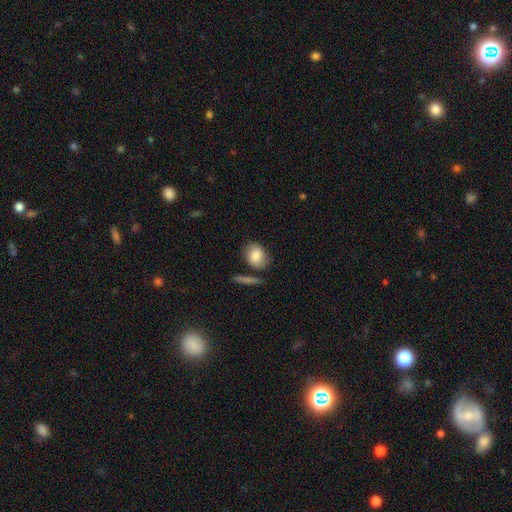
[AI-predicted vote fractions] A smooth galaxy with no disk features (79%) that is in between round and cigar-shaped (65%).

Vote fractions:
- Smooth or featured? smooth: 79% / featured or disk: 14% / star or artifact: 7%
- How rounded? in between: 65% / round: 32% / cigar-shaped: 2%
- Merging? none: 68% / minor disturbance: 19% / merger: 8% / major disturbance: 5%